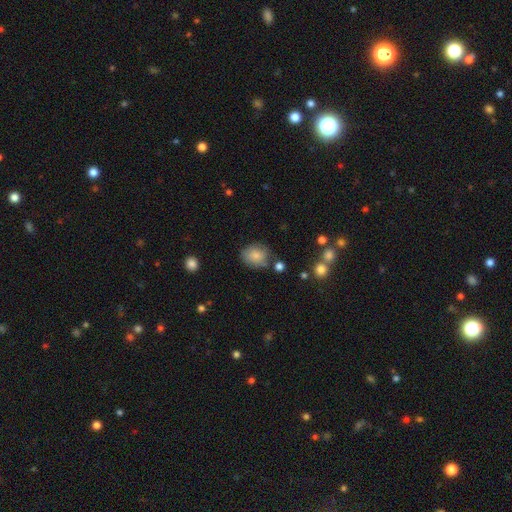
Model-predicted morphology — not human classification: The model was most divided on "how rounded": round: 63%, in between: 36%, cigar-shaped: 1%. More confident: smooth or featured — smooth (79%); merging — none (68%).